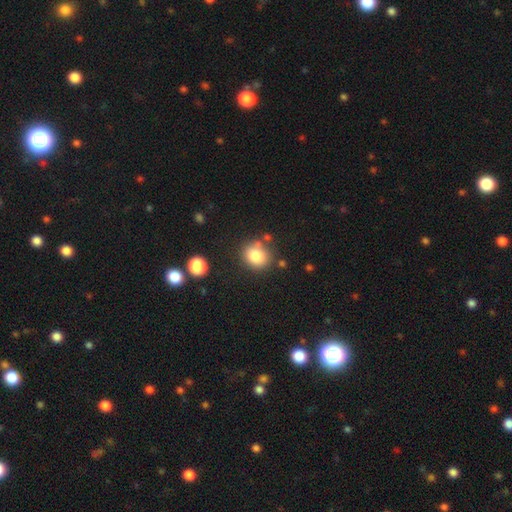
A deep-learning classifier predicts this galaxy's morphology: smooth-or-featured: smooth: 82% | star or artifact: 11% | featured or disk: 8%
  how-rounded: round: 74% | in between: 25% | cigar-shaped: 1%
  merging: none: 74% | minor disturbance: 14% | merger: 9% | major disturbance: 4%